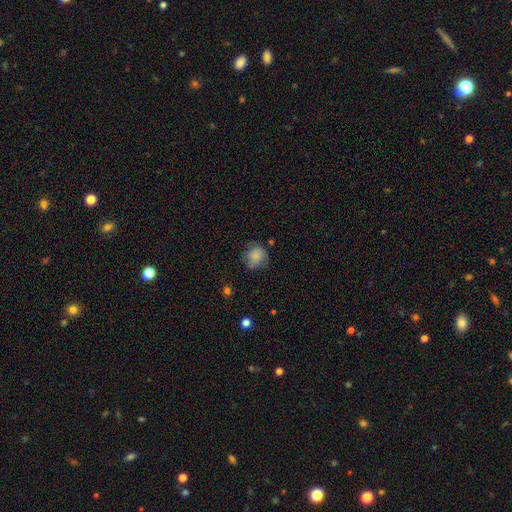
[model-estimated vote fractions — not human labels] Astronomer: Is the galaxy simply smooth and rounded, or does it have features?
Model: smooth — 80%.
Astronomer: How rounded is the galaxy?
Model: round — 77%.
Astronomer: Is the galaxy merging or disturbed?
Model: none — 65%.